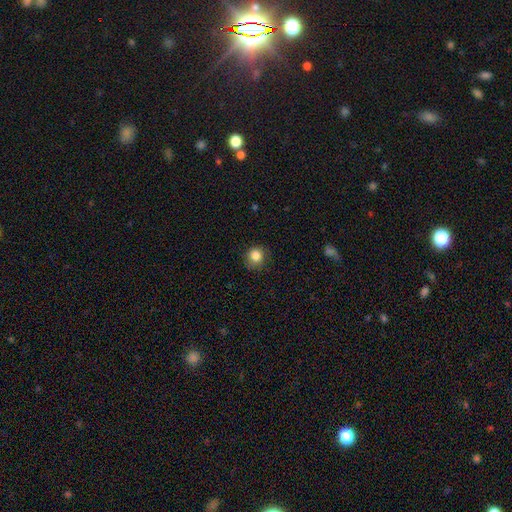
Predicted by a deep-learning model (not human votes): A smooth galaxy with no disk features (84%) that is round (86%). Merging: none (80%).